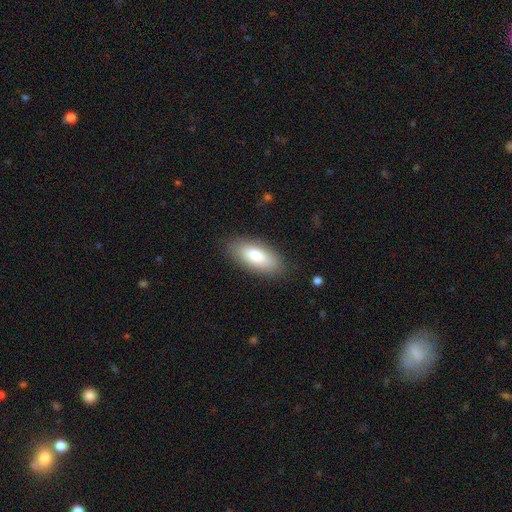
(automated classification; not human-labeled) A smooth galaxy with no disk features (82%) that is in between round and cigar-shaped (84%). Merging: none (85%).